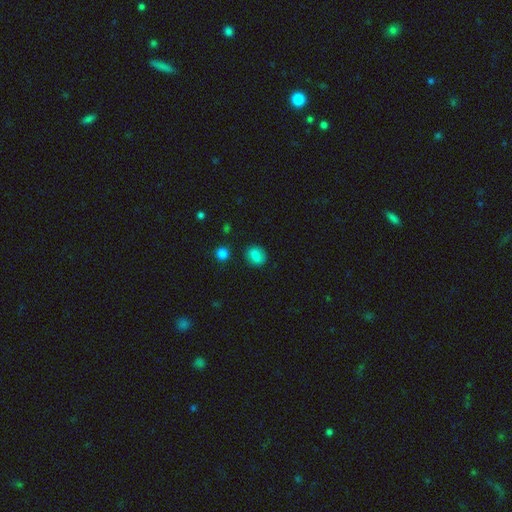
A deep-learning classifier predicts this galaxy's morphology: Smooth or featured: smooth — 83% (star or artifact — 10%)
How rounded: round — 53% (in between — 46%)
Merging: none — 83% (minor disturbance — 11%)